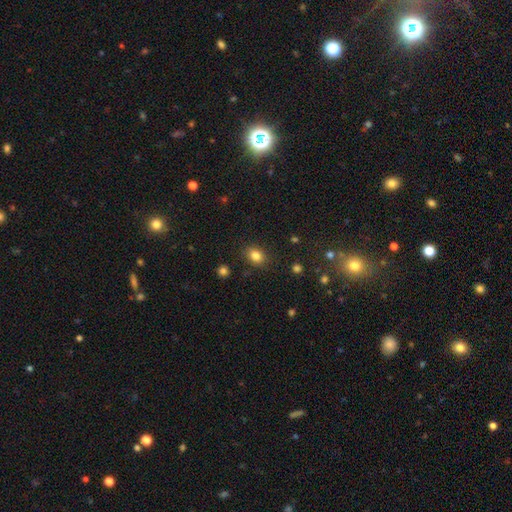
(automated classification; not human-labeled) Smooth or featured? Predicted: smooth (p=0.83). How rounded? Predicted: in between (p=0.62). Merging? Predicted: none (p=0.85).